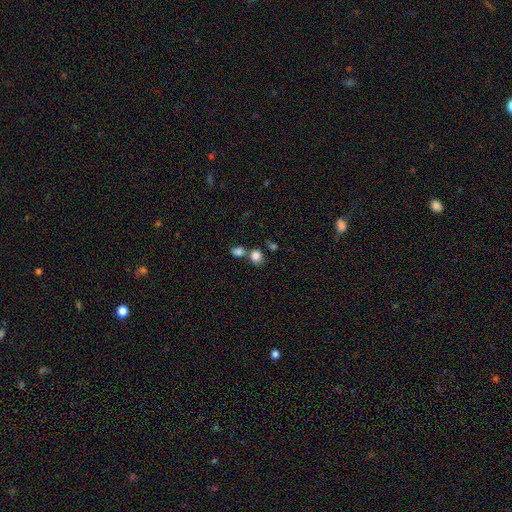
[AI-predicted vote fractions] This is clearly a smooth galaxy (83%). How rounded: likely round (63%). Merging: possibly none (51%).